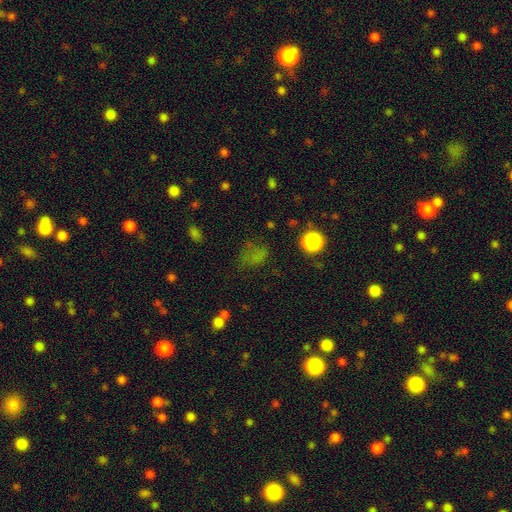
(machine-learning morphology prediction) A smooth galaxy with no disk features (58%) that is in between round and cigar-shaped (56%).

Vote fractions:
- Smooth or featured? smooth: 58% / star or artifact: 30% / featured or disk: 12%
- How rounded? in between: 56% / round: 42% / cigar-shaped: 2%
- Merging? none: 52% / minor disturbance: 22% / major disturbance: 22% / merger: 4%